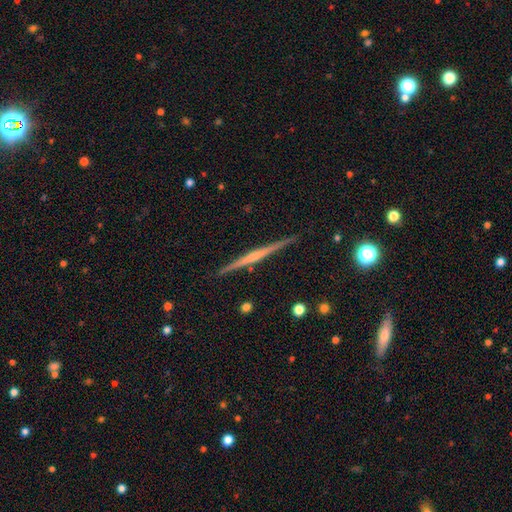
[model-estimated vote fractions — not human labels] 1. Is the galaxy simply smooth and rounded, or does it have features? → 71% featured or disk, 23% smooth, 6% star or artifact.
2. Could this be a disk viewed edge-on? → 98% yes, 2% no.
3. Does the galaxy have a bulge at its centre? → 57% none, 33% rounded, 10% boxy.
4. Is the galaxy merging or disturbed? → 90% none, 7% minor disturbance, 1% major disturbance, 1% merger.